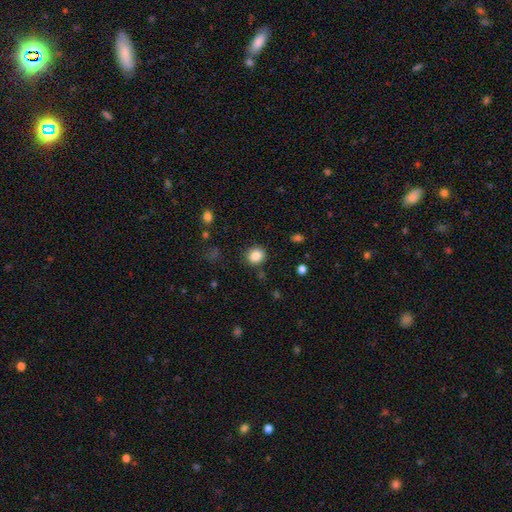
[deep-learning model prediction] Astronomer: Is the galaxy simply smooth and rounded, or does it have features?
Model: smooth — 85%.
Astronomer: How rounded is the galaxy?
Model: round — 83%.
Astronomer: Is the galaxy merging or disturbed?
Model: none — 86%.